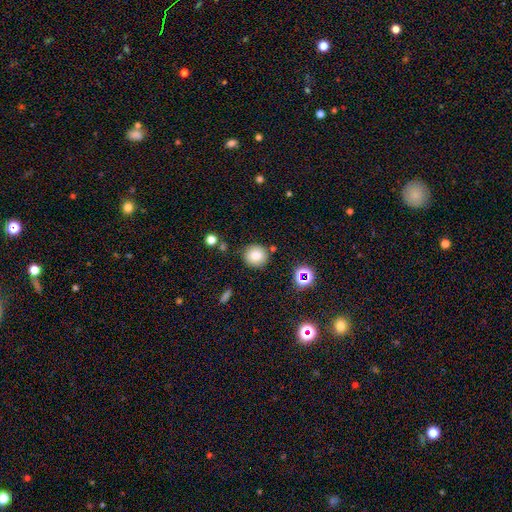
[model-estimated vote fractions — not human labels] Smooth or featured? smooth (80%)
How rounded? round (91%)
Merging? none (84%)